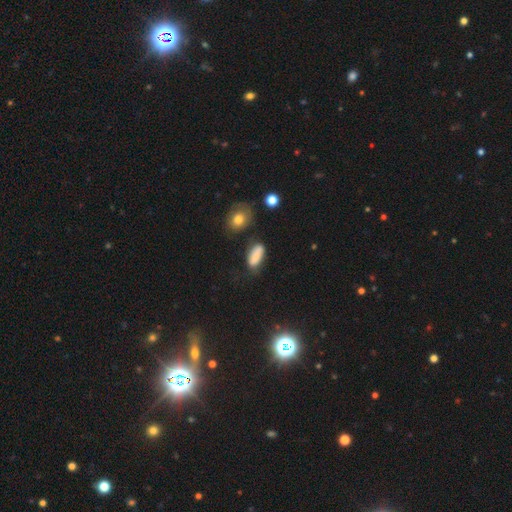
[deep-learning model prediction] This appears to be a smooth galaxy with no disk features (83%) that is in between round and cigar-shaped (78%). Merging: none (62%).